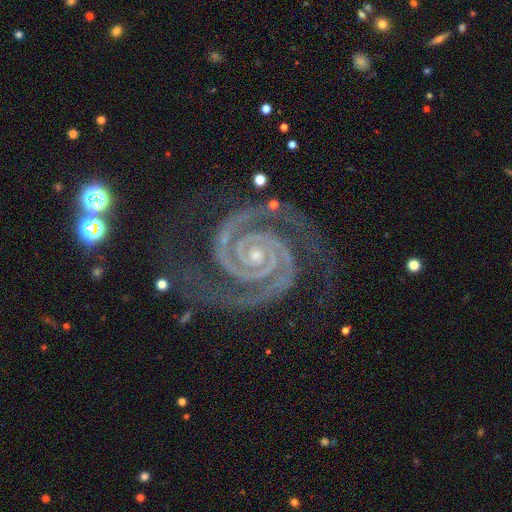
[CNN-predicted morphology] A featured or disk galaxy (94%) with no bar (66%), 2 (92%) tight (83%) spiral arms (99%) and a small central bulge (74%).

Vote fractions:
- Smooth or featured? featured or disk: 94% / star or artifact: 4% / smooth: 2%
- Edge-on disk? no: 98% / yes: 2%
- Bar? no: 66% / weak: 19% / strong: 15%
- Spiral arms? yes: 99% / no: 1%
- Spiral winding? tight: 83% / medium: 15% / loose: 2%
- Spiral arm count? 2: 92% / 3: 3% / can't tell: 1% / 4: 1% / 1: 1% / more than 4: 1%
- Bulge size? small: 74% / moderate: 21% / none: 2% / large: 1% / dominant: 1%
- Merging? none: 77% / minor disturbance: 15% / major disturbance: 7% / merger: 2%